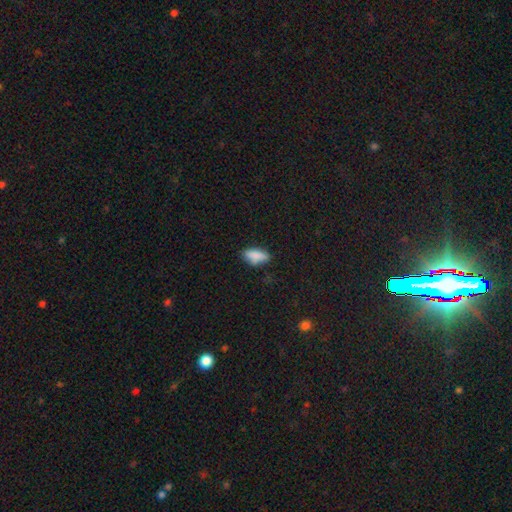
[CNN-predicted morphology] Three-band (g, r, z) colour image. It shows a smooth galaxy with no disk features (84%) that is in between round and cigar-shaped (83%). Merging: none (70%).